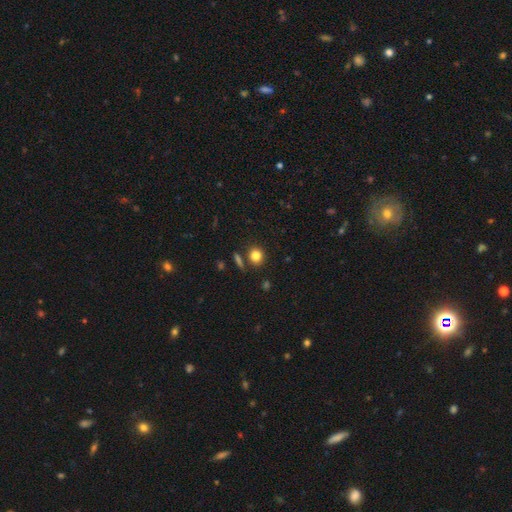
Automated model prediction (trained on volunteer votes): This is clearly a smooth galaxy (82%). How rounded: likely round (78%). Merging: clearly none (82%).